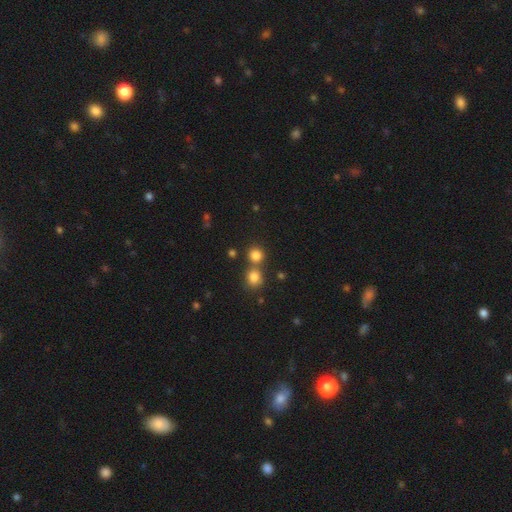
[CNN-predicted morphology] This is clearly a smooth galaxy (81%). How rounded: clearly round (89%). Merging: likely none (62%).